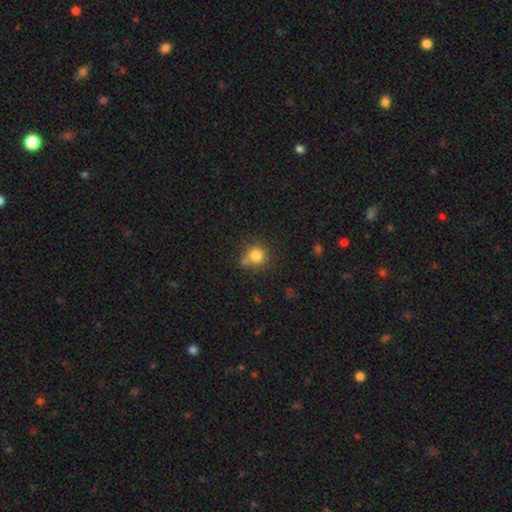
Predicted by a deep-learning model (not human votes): This is clearly a smooth galaxy (81%). How rounded: clearly round (88%). Merging: possibly none (60%).